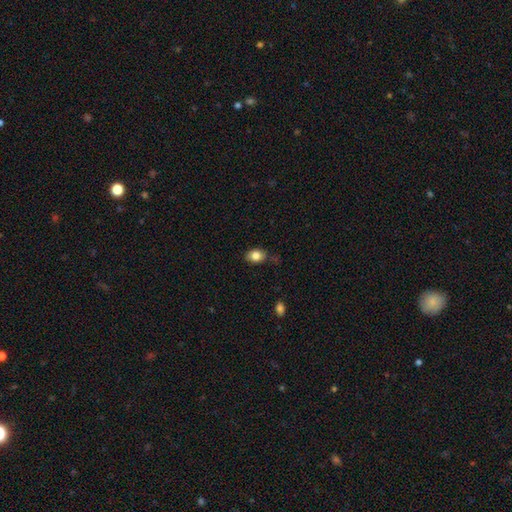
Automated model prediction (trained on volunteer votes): This appears to be a smooth galaxy with no disk features (83%) that is in between round and cigar-shaped (72%). Merging: none (74%).